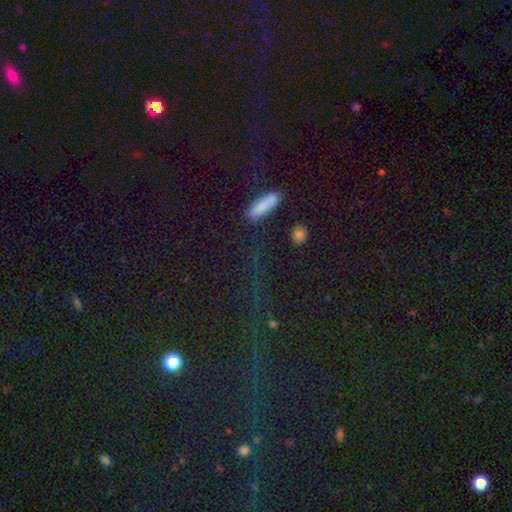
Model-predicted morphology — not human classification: This is possibly a star or artifact rather than a galaxy (58%).